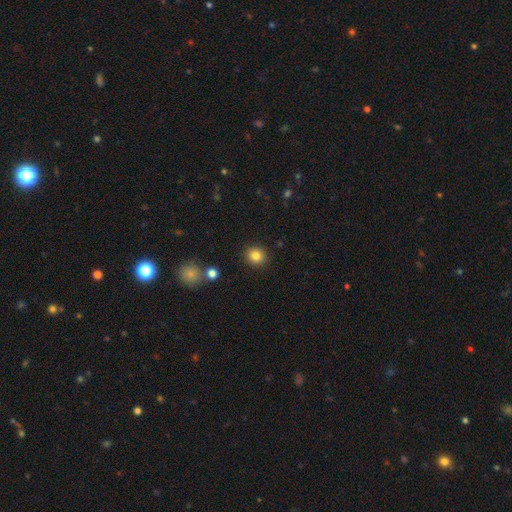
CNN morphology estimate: smooth-or-featured: smooth: 84% | star or artifact: 11% | featured or disk: 5%
  how-rounded: round: 88% | in between: 11% | cigar-shaped: 1%
  merging: none: 90% | minor disturbance: 6% | merger: 2% | major disturbance: 2%